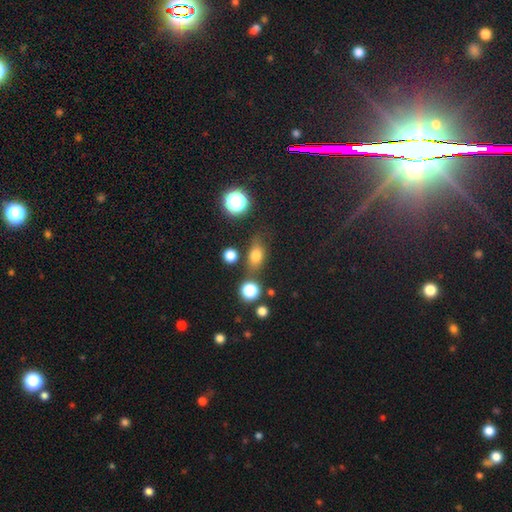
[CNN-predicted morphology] smooth 73%, star or artifact 15%, featured or disk 11%. Down the decision tree: how rounded — in between (64%); merging — none (70%).